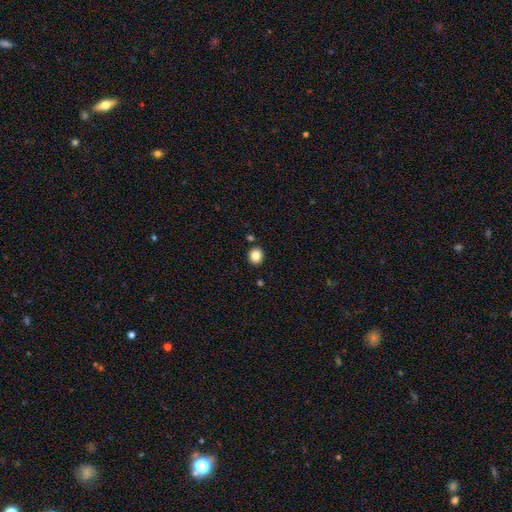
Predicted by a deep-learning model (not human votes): Smooth or featured? Predicted: smooth (p=0.85). How rounded? Predicted: round (p=0.80). Merging? Predicted: none (p=0.89).